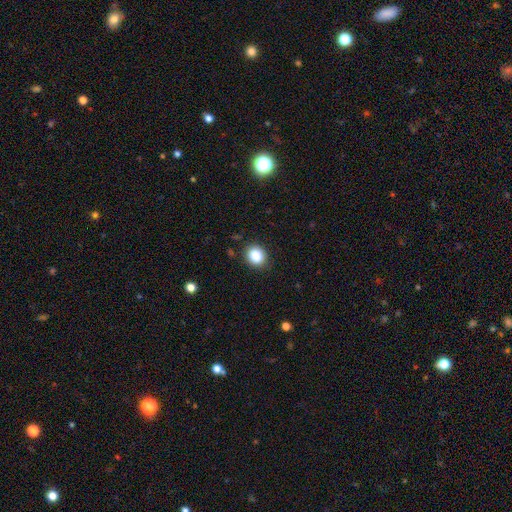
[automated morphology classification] Q: Smooth or featured?
A: smooth (86%); runner-up: star or artifact (10%)
Q: How rounded?
A: round (64%); runner-up: in between (35%)
Q: Merging?
A: none (87%); runner-up: minor disturbance (10%)